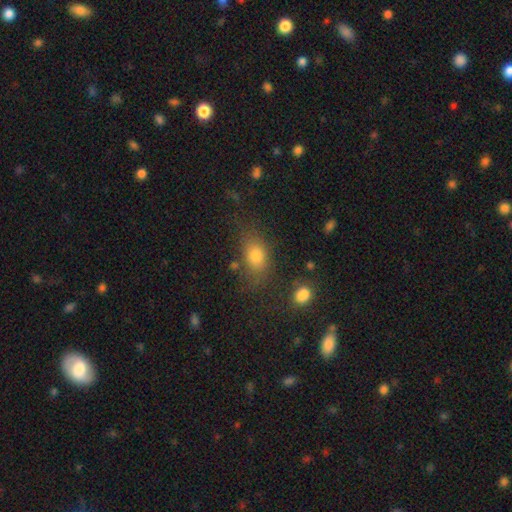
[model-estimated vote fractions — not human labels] Q: Smooth or featured?
A: smooth (77%); runner-up: star or artifact (13%)
Q: How rounded?
A: in between (73%); runner-up: round (23%)
Q: Merging?
A: none (67%); runner-up: minor disturbance (19%)